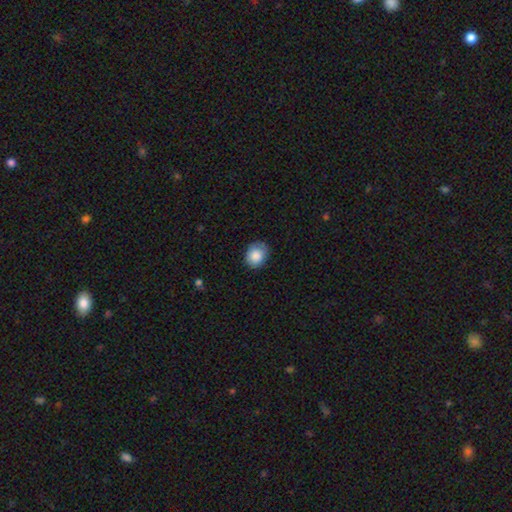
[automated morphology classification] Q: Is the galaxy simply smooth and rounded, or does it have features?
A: smooth — 85%.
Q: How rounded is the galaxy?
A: round — 51%.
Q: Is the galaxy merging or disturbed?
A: none — 74%.